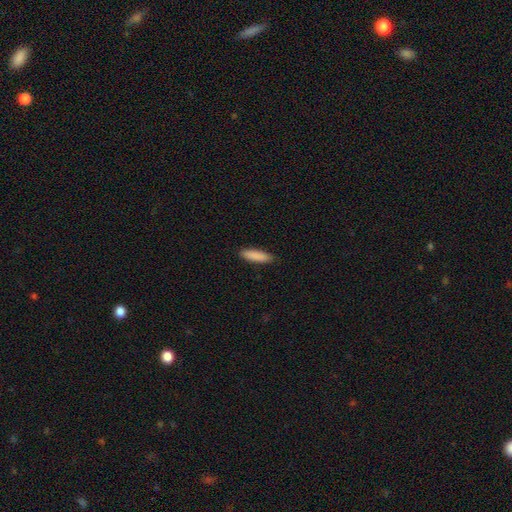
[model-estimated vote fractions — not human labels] Q: Smooth or featured?
A: smooth (89%); runner-up: star or artifact (6%)
Q: How rounded?
A: cigar-shaped (63%); runner-up: in between (35%)
Q: Merging?
A: none (88%); runner-up: minor disturbance (9%)